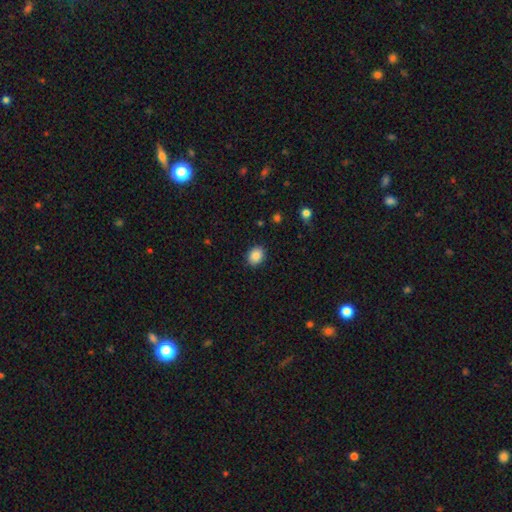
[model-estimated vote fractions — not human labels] This is clearly a smooth galaxy (88%). How rounded: possibly in between (54%). Merging: clearly none (89%).